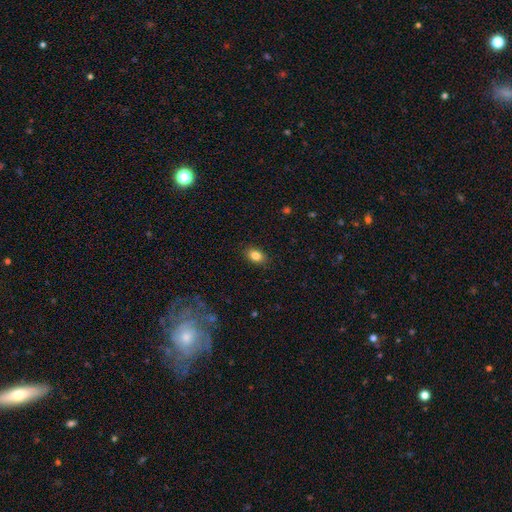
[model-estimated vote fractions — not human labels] smooth-or-featured: smooth: 84% | star or artifact: 9% | featured or disk: 7%
  how-rounded: in between: 81% | round: 17% | cigar-shaped: 1%
  merging: none: 88% | minor disturbance: 9% | major disturbance: 2% | merger: 1%